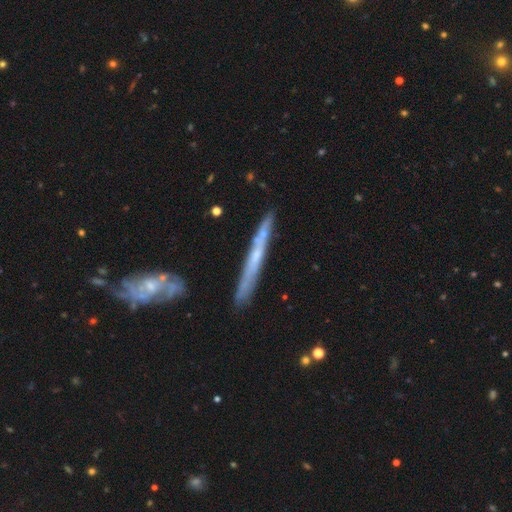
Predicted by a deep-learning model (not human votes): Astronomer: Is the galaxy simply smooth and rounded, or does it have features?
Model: featured or disk — 61%.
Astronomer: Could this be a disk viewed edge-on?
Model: yes — 90%.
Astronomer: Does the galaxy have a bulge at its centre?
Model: none — 75%.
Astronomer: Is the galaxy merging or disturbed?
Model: none — 81%.